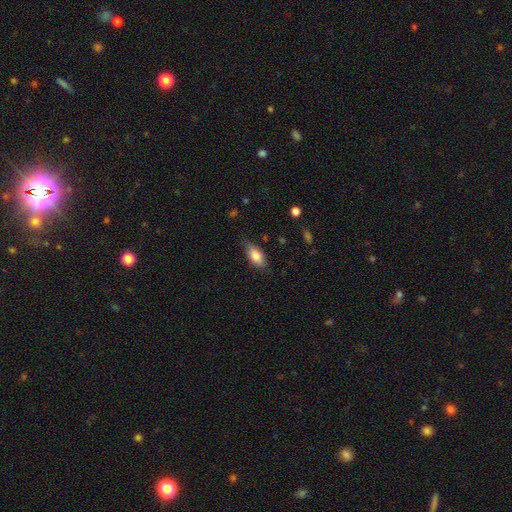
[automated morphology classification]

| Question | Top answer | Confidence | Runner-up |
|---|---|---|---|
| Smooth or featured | smooth | 81% | featured or disk (12%) |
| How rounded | in between | 88% | cigar-shaped (9%) |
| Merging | none | 75% | minor disturbance (21%) |